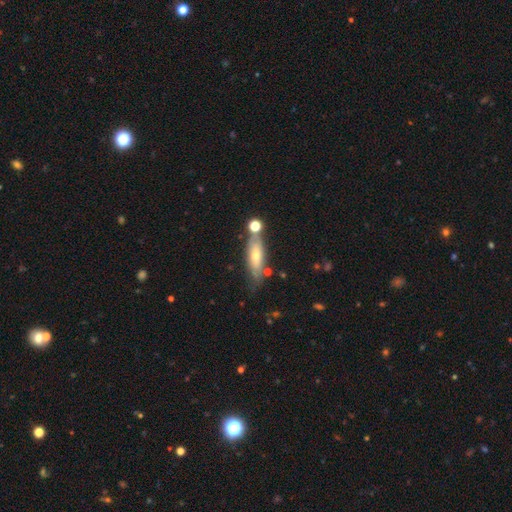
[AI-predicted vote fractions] This is possibly a smooth galaxy (50%). Merging: likely none (65%).